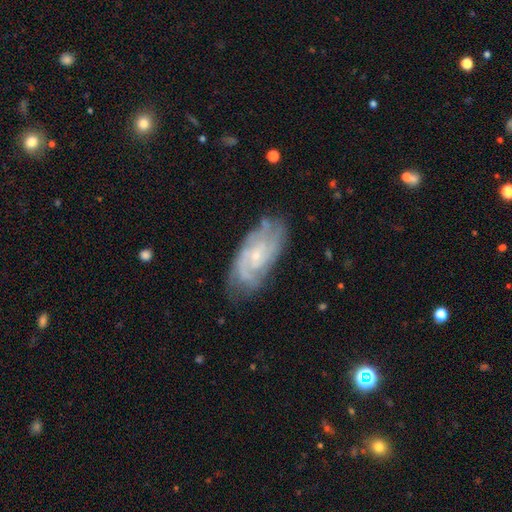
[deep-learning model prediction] Smooth or featured? featured or disk (79%)
Edge-on disk? no (94%)
Bar? no (66%)
Spiral arms? yes (92%)
Spiral winding? tight (53%)
Spiral arm count? can't tell (38%)
Bulge size? small (76%)
Merging? none (70%)